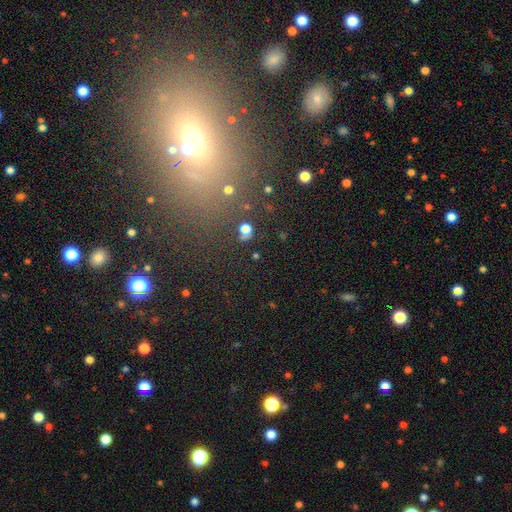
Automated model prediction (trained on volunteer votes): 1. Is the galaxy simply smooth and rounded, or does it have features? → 48% star or artifact, 38% smooth, 14% featured or disk.